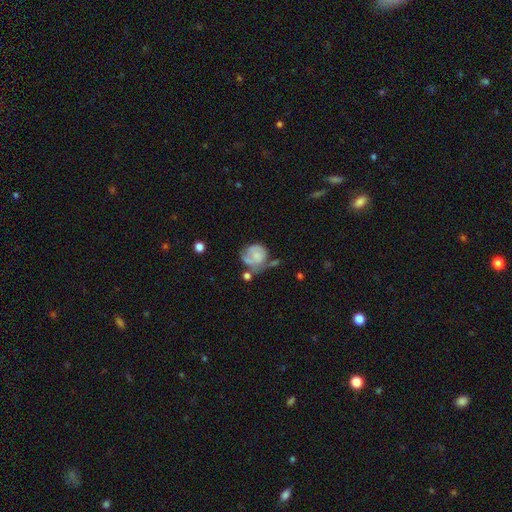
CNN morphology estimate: The model was most divided on "merging": none: 30%, minor disturbance: 29%, major disturbance: 26%, merger: 15%. Remaining: smooth or featured — smooth (49%).